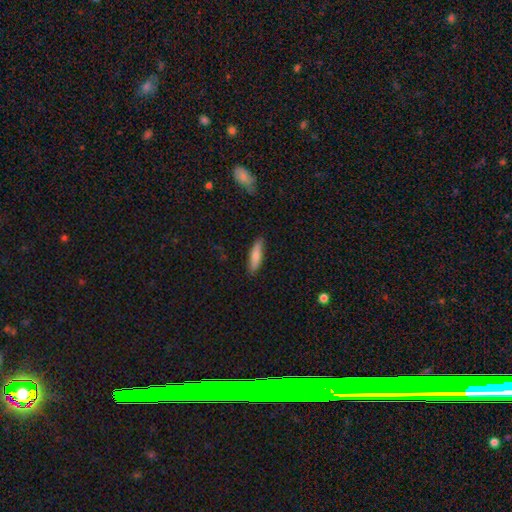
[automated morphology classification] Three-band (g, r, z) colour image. It shows a smooth galaxy with no disk features (81%) that is cigar-shaped (71%). Merging: none (86%).